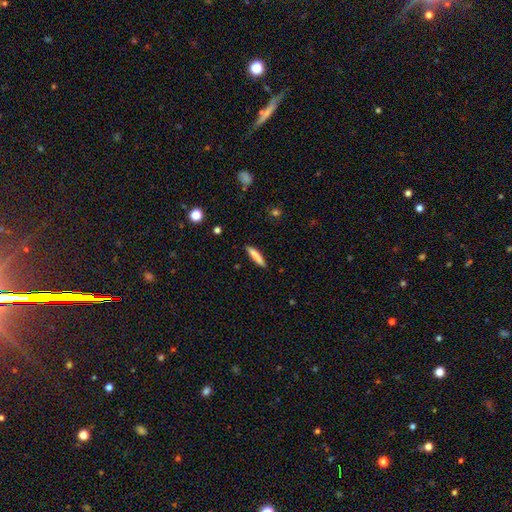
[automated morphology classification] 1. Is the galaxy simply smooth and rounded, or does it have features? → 81% smooth, 12% featured or disk, 7% star or artifact.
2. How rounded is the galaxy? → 87% cigar-shaped, 11% in between, 1% round.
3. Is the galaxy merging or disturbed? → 87% none, 10% minor disturbance, 2% major disturbance, 1% merger.